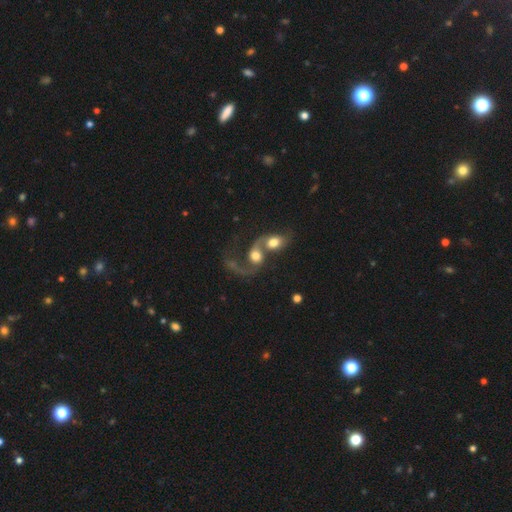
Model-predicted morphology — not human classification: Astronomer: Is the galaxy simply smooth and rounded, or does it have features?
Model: featured or disk — 55% (runner-up: smooth, 36%).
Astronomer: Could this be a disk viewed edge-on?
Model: no — 96%.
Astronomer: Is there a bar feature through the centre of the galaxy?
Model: no — 71%.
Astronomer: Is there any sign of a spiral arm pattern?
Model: yes — 76%.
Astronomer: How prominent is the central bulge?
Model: moderate — 43% (runner-up: large, 36%).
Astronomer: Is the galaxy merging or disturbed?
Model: merger — 80%.